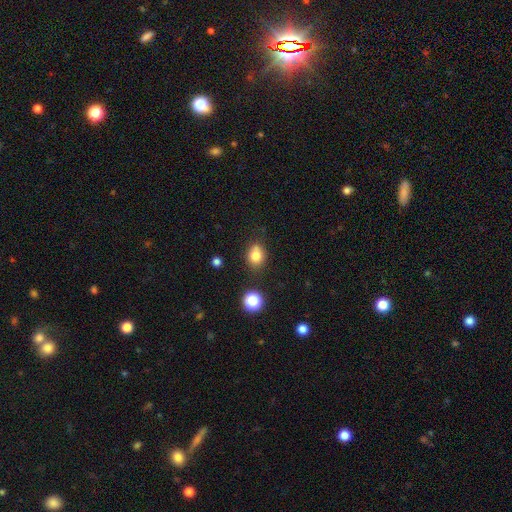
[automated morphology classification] Smooth or featured: smooth — 79% (star or artifact — 12%)
How rounded: round — 60% (in between — 39%)
Merging: none — 69% (minor disturbance — 18%)